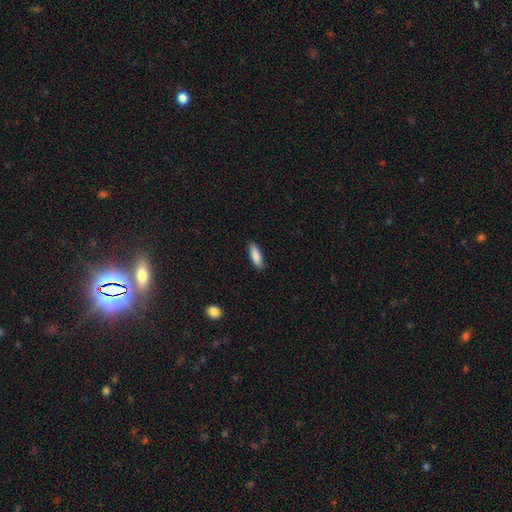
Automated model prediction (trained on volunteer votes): The model was most divided on "how rounded" (2-way tie): cigar-shaped: 49%, in between: 49%, round: 2%. More confident: smooth or featured — smooth (88%); merging — none (86%).